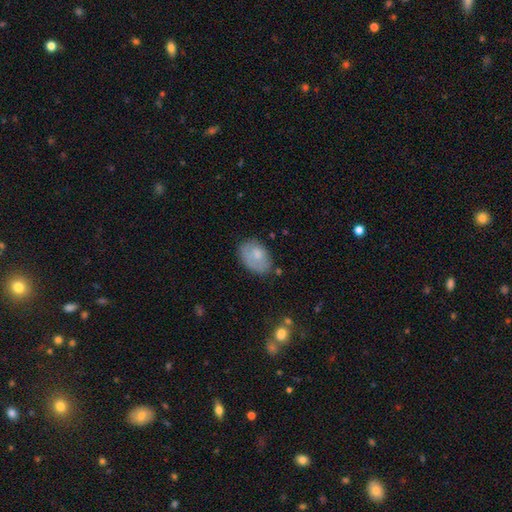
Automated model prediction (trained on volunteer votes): smooth_or_featured: smooth (p=0.69) [alt: featured or disk p=0.24]
how_rounded: in between (p=0.84) [alt: round p=0.15]
merging: none (p=0.60) [alt: minor disturbance p=0.27]